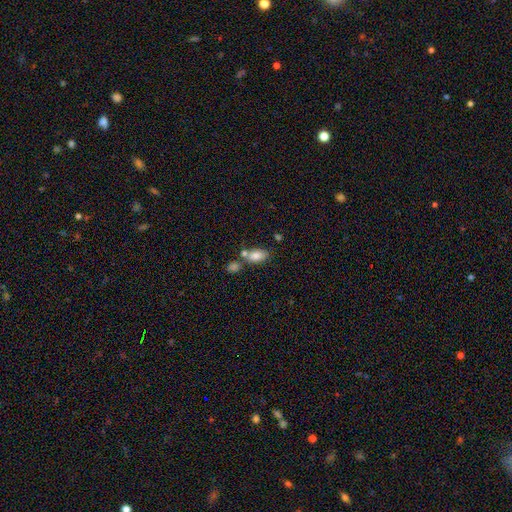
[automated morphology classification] type=smooth (81%); roundness=in between (89%); merging=none (48%).